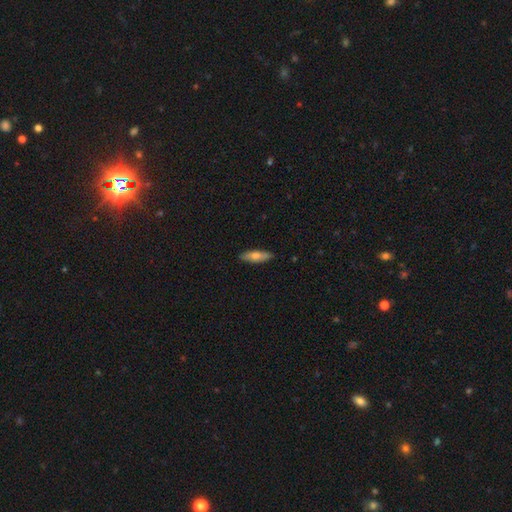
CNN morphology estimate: Smooth or featured? Predicted: smooth (p=0.62). How rounded? Predicted: in between (p=0.54). Merging? Predicted: none (p=0.85).